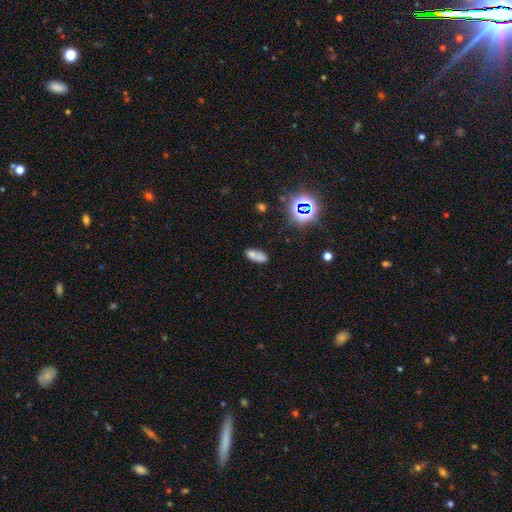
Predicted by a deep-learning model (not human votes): A smooth galaxy with no disk features (66%) that is in between round and cigar-shaped (83%).

Vote fractions:
- Smooth or featured? smooth: 66% / featured or disk: 18% / star or artifact: 15%
- How rounded? in between: 83% / cigar-shaped: 11% / round: 7%
- Merging? none: 43% / merger: 33% / minor disturbance: 16% / major disturbance: 8%